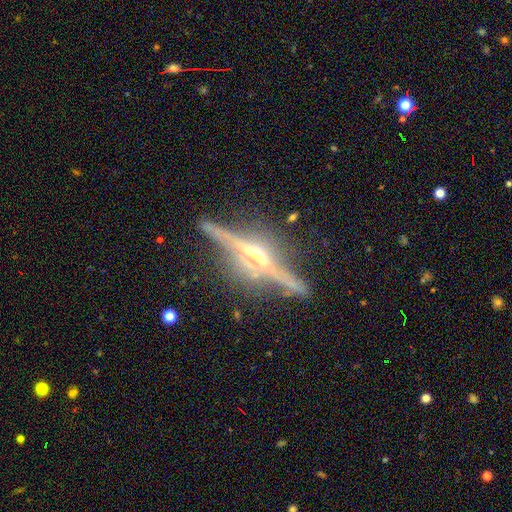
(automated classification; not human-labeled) Smooth or featured?
  - featured or disk: 86% *
  - star or artifact: 8%
  - smooth: 7%
Edge-on disk?
  - yes: 96% *
  - no: 4%
Edge-on bulge?
  - rounded: 84% *
  - boxy: 9%
  - none: 7%
Merging?
  - none: 80% *
  - minor disturbance: 13%
  - major disturbance: 4%
  - merger: 3%